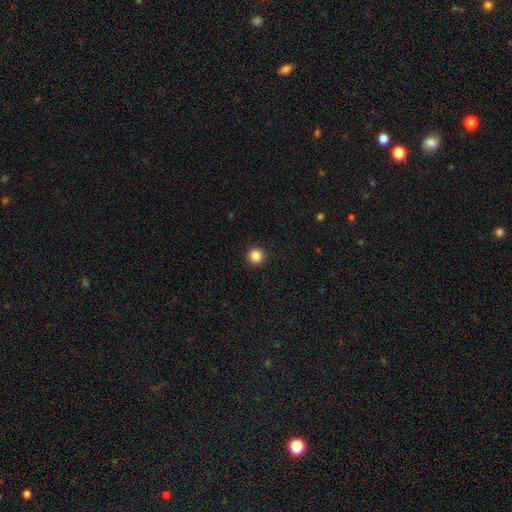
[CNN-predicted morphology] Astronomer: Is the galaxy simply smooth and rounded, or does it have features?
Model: smooth — 86%.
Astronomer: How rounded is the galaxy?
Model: round — 96%.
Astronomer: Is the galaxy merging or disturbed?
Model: none — 93%.